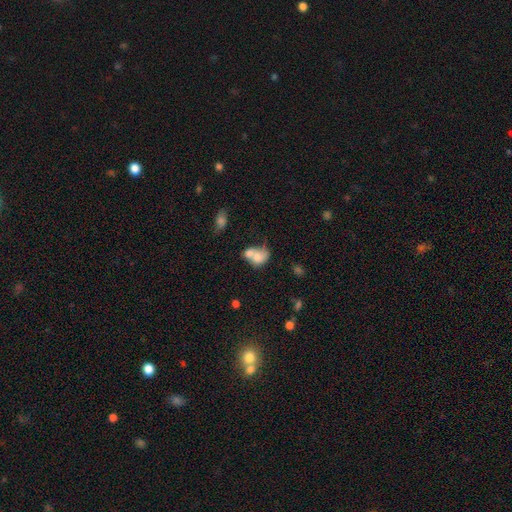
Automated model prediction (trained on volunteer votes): The model was most divided on "how rounded": in between: 63%, round: 36%, cigar-shaped: 1%. More confident: smooth or featured — smooth (69%); merging — merger (65%).